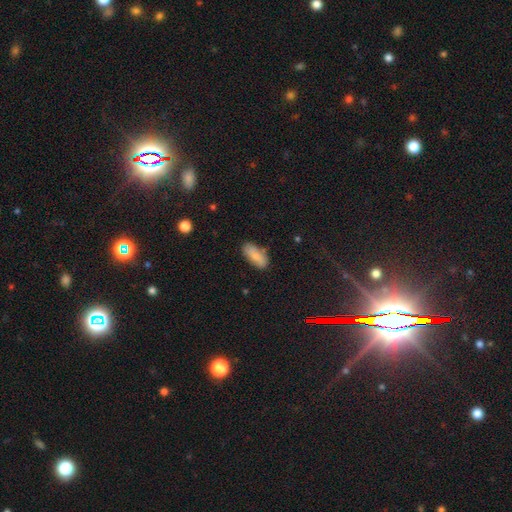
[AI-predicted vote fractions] The model was most divided on "merging": none: 74%, minor disturbance: 18%, major disturbance: 4%, merger: 3%. More confident: how rounded — in between (84%); smooth or featured — smooth (79%).